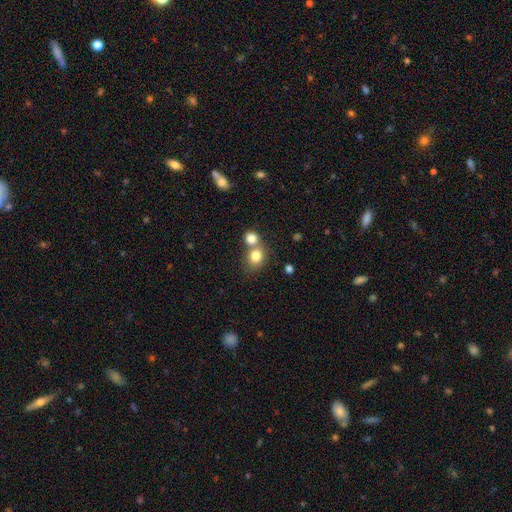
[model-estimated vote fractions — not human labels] smooth_or_featured: smooth (p=0.80) [alt: star or artifact p=0.11]
how_rounded: round (p=0.70) [alt: in between p=0.29]
merging: none (p=0.45) [alt: merger p=0.44]